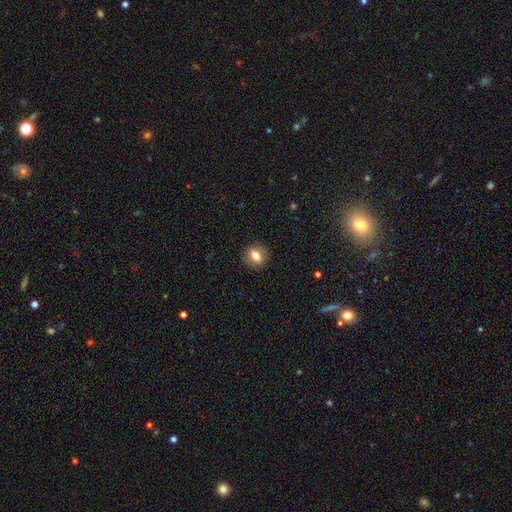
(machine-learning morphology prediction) Smooth or featured?
  - smooth: 72% *
  - featured or disk: 18%
  - star or artifact: 10%
How rounded?
  - round: 69% *
  - in between: 30%
  - cigar-shaped: 2%
Merging?
  - none: 89% *
  - minor disturbance: 8%
  - major disturbance: 2%
  - merger: 1%